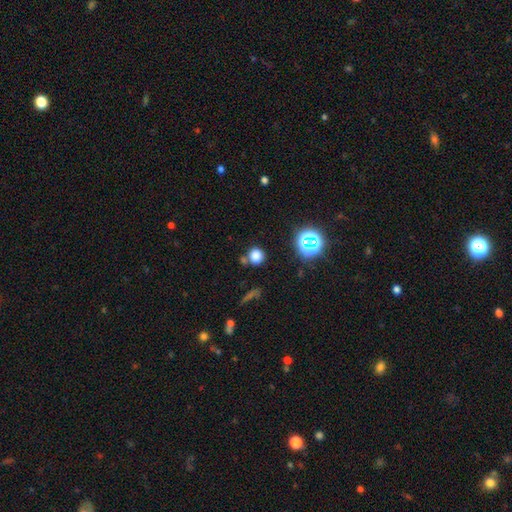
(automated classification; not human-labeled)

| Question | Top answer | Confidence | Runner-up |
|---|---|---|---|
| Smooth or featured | smooth | 75% | star or artifact (18%) |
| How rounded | round | 87% | in between (12%) |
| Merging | none | 72% | merger (13%) |